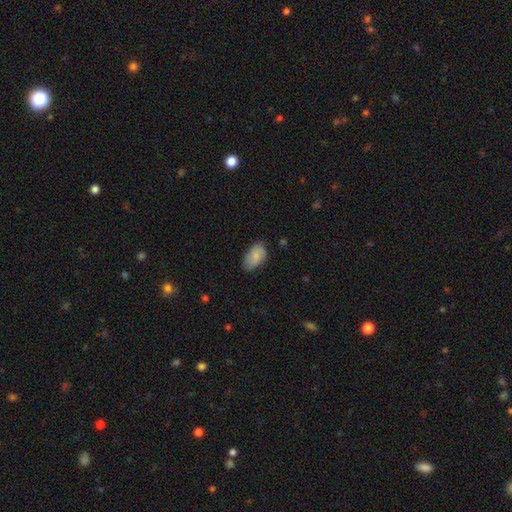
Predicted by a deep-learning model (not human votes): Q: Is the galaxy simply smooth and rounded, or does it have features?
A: smooth — 79%.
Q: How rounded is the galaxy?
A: in between — 94%.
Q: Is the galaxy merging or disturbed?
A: none — 68%.